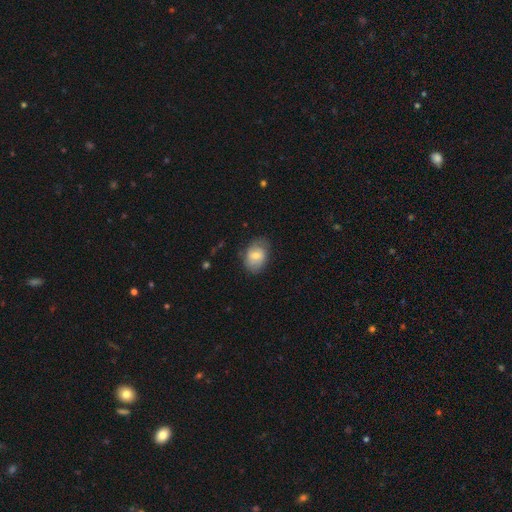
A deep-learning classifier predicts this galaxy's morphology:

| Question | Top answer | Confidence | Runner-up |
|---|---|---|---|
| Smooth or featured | smooth | 65% | featured or disk (28%) |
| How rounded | in between | 73% | round (26%) |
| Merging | none | 70% | minor disturbance (22%) |